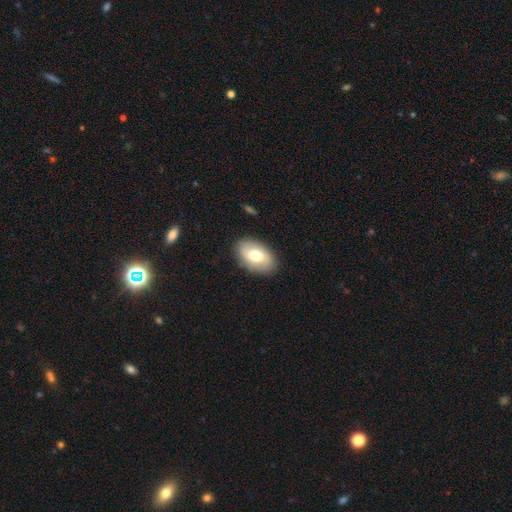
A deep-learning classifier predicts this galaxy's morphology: A smooth galaxy with no disk features (65%) that is in between round and cigar-shaped (90%).

Vote fractions:
- Smooth or featured? smooth: 65% / featured or disk: 28% / star or artifact: 6%
- How rounded? in between: 90% / round: 9% / cigar-shaped: 1%
- Merging? none: 87% / minor disturbance: 9% / major disturbance: 3% / merger: 1%